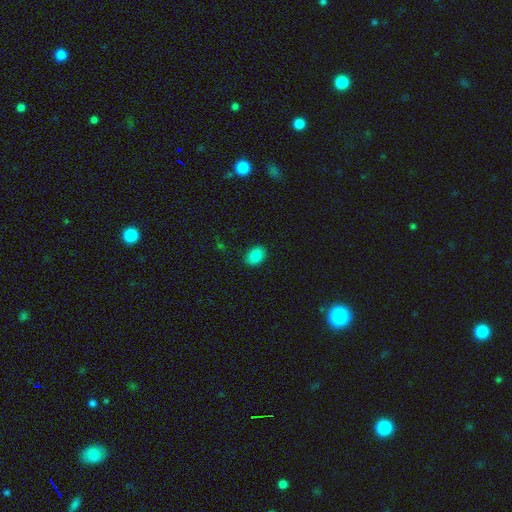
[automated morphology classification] smooth 86%, star or artifact 9%, featured or disk 5%. Down the decision tree: how rounded — in between (77%); merging — none (88%).